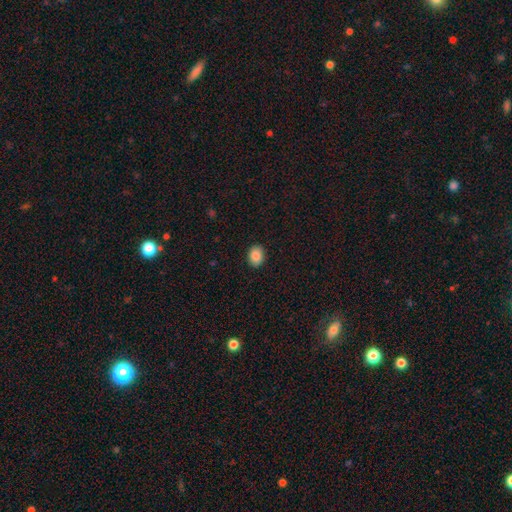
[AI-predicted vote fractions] smooth_or_featured: smooth (p=0.86) [alt: star or artifact p=0.08]
how_rounded: in between (p=0.64) [alt: round p=0.35]
merging: none (p=0.91) [alt: minor disturbance p=0.07]